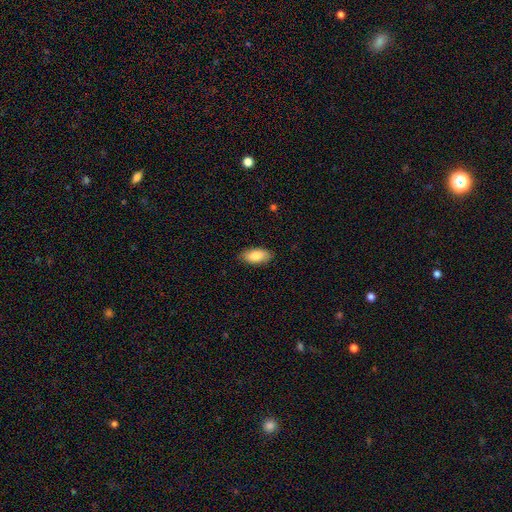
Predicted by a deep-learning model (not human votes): A smooth galaxy with no disk features (84%) that is in between round and cigar-shaped (92%).

Vote fractions:
- Smooth or featured? smooth: 84% / featured or disk: 9% / star or artifact: 6%
- How rounded? in between: 92% / cigar-shaped: 6% / round: 3%
- Merging? none: 86% / minor disturbance: 11% / major disturbance: 2% / merger: 1%